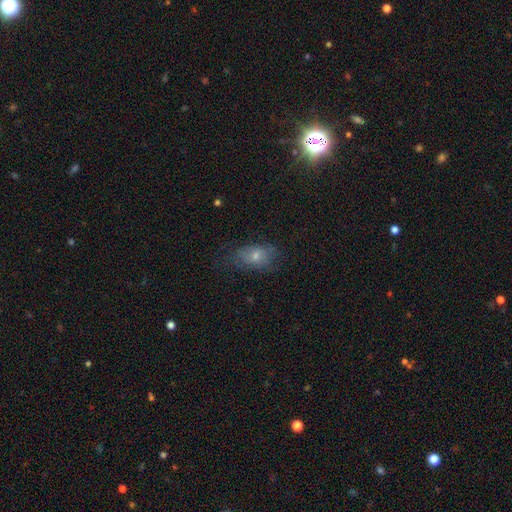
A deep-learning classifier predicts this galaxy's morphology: Smooth or featured?
  - smooth: 64% *
  - featured or disk: 23%
  - star or artifact: 12%
How rounded?
  - in between: 82% *
  - round: 14%
  - cigar-shaped: 4%
Merging?
  - none: 59% *
  - minor disturbance: 26%
  - major disturbance: 14%
  - merger: 2%